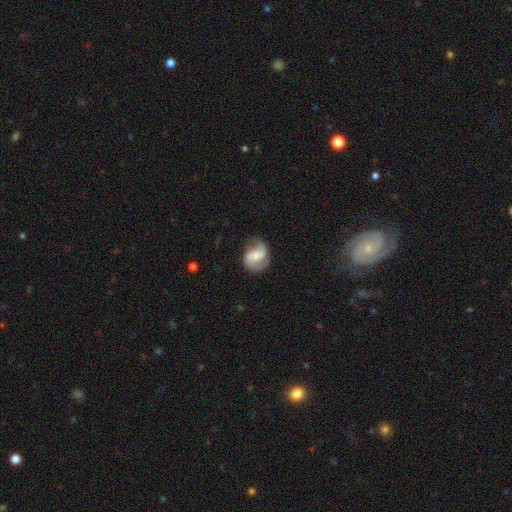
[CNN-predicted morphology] Q: Smooth or featured?
A: featured or disk (66%); runner-up: smooth (27%)
Q: Edge-on disk?
A: no (98%); runner-up: yes (2%)
Q: Bar?
A: weak (44%); runner-up: no (40%)
Q: Spiral arms?
A: yes (90%); runner-up: no (10%)
Q: Spiral winding?
A: medium (45%); runner-up: loose (37%)
Q: Spiral arm count?
A: 2 (84%); runner-up: can't tell (7%)
Q: Bulge size?
A: small (43%); runner-up: moderate (38%)
Q: Merging?
A: none (61%); runner-up: minor disturbance (25%)